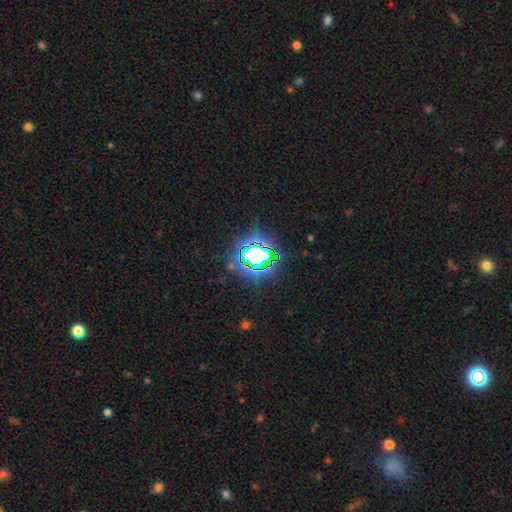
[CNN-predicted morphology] Smooth or featured?
  - star or artifact: 69% *
  - smooth: 20%
  - featured or disk: 11%